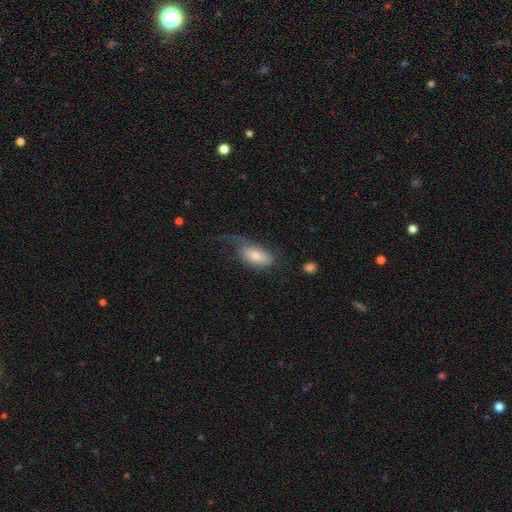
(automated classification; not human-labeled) A smooth galaxy with no disk features (66%) that is in between round and cigar-shaped (91%).

Vote fractions:
- Smooth or featured? smooth: 66% / featured or disk: 28% / star or artifact: 6%
- How rounded? in between: 91% / cigar-shaped: 5% / round: 4%
- Merging? major disturbance: 43% / none: 31% / minor disturbance: 24% / merger: 3%